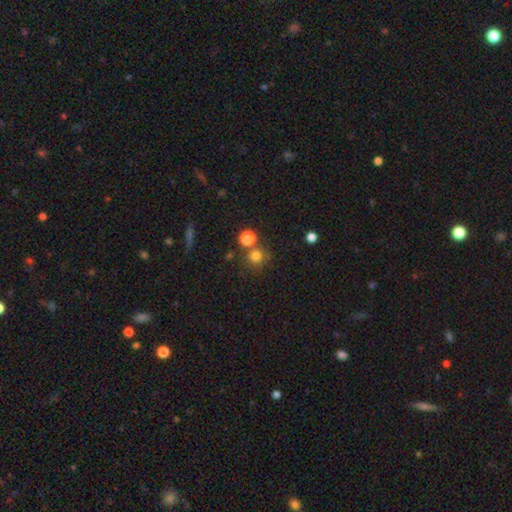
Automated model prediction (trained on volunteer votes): A smooth galaxy with no disk features (77%) that is round (91%). Merging: none (71%).